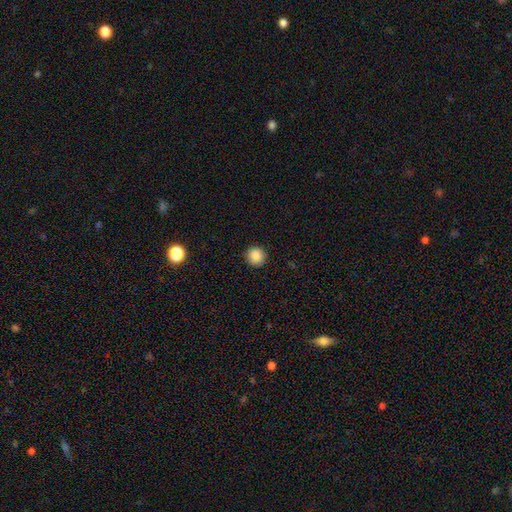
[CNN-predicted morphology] Smooth or featured? Predicted: smooth (p=0.87). How rounded? Predicted: round (p=0.94). Merging? Predicted: none (p=0.92).